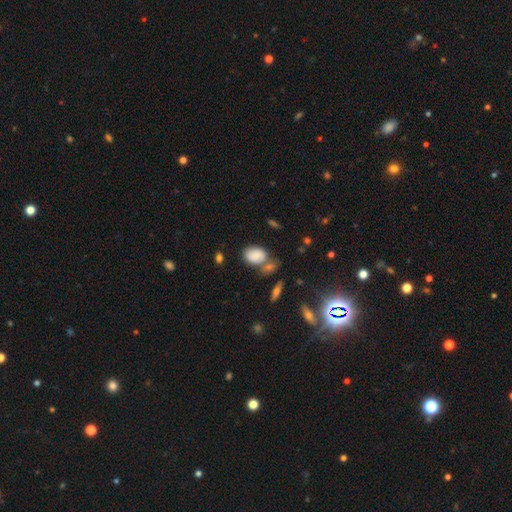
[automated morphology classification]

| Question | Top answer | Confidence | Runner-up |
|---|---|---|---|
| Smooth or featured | smooth | 83% | star or artifact (8%) |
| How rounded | in between | 82% | round (16%) |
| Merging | none | 49% | merger (24%) |